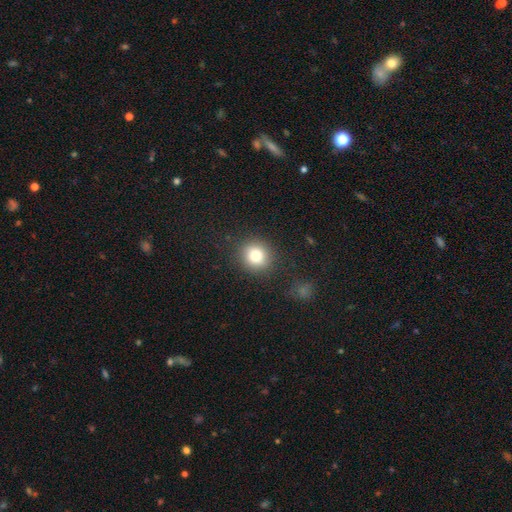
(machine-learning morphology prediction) This appears to be a smooth galaxy with no disk features (80%) that is round (87%). Merging: none (88%).